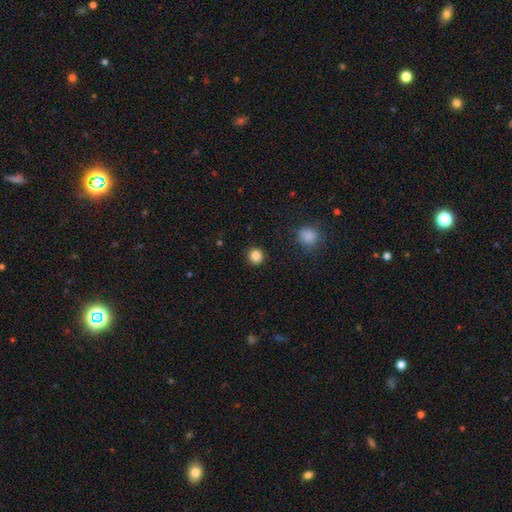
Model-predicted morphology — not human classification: This is clearly a smooth galaxy (85%). How rounded: clearly round (93%). Merging: clearly none (92%).